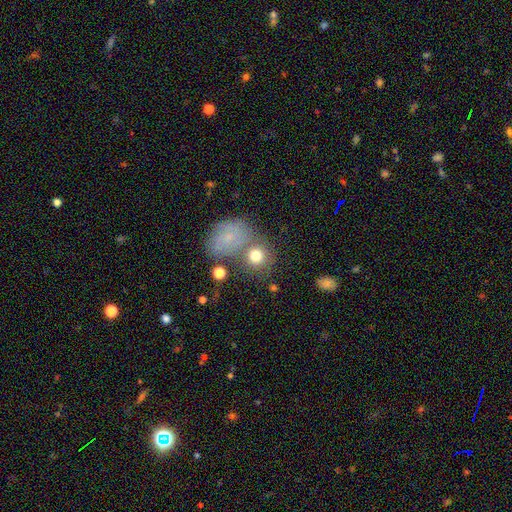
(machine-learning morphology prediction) smooth 73%, featured or disk 17%, star or artifact 10%. Down the decision tree: how rounded — round (81%); merging — none (57%).